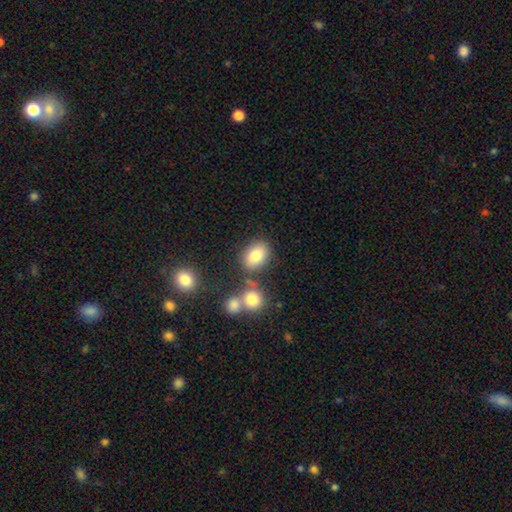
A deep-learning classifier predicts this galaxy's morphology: Smooth or featured: smooth — 82% (star or artifact — 9%)
How rounded: in between — 74% (round — 24%)
Merging: none — 70% (merger — 13%)